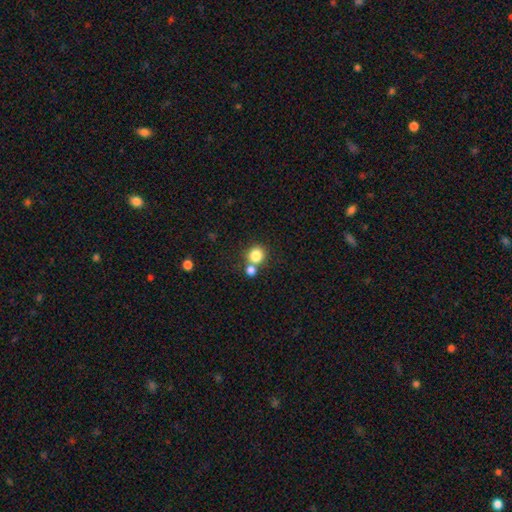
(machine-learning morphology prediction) Smooth or featured: smooth — 83% (star or artifact — 10%)
How rounded: round — 86% (in between — 13%)
Merging: none — 58% (merger — 32%)